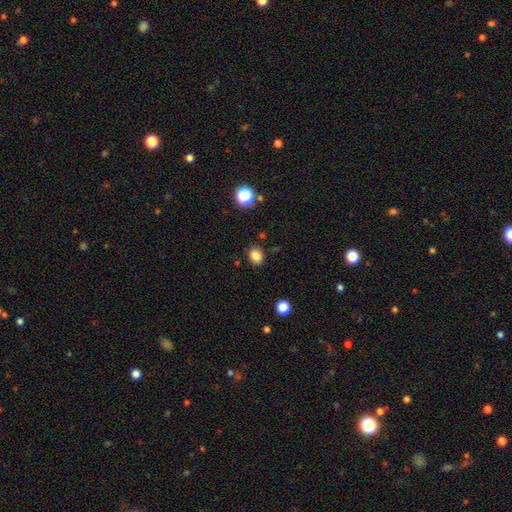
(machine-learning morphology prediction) Smooth or featured: smooth — 84% (star or artifact — 11%)
How rounded: round — 51% (in between — 48%)
Merging: none — 86% (minor disturbance — 9%)